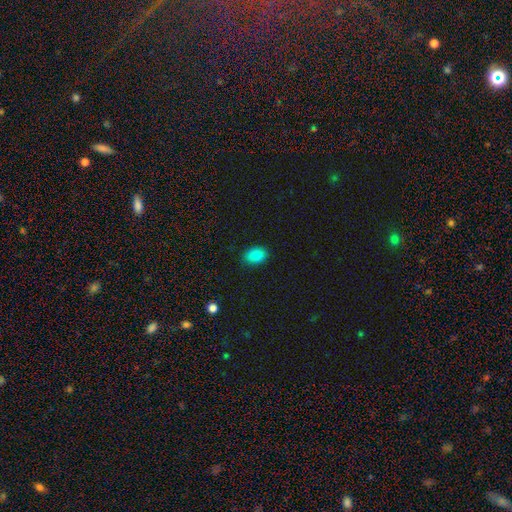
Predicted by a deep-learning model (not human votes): smooth 86%, star or artifact 9%, featured or disk 5%. Down the decision tree: how rounded — in between (82%); merging — none (87%).